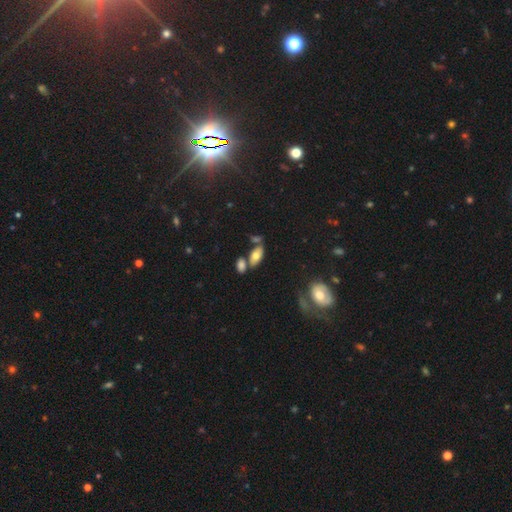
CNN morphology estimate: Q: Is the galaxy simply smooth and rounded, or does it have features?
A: smooth — 67%.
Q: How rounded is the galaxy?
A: in between — 89%.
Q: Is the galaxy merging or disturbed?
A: none — 55%.